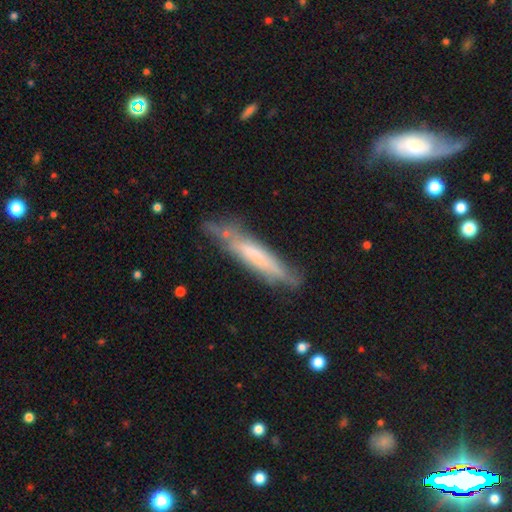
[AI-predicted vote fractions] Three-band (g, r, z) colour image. It shows a smooth galaxy with no disk features (51%) that is cigar-shaped (88%). Merging: none (65%).